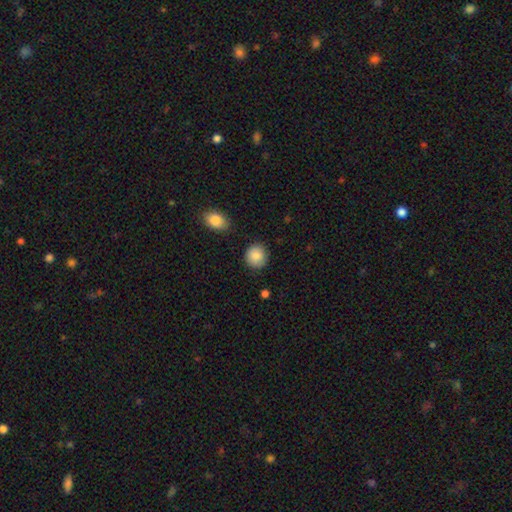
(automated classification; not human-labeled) Smooth or featured? Predicted: smooth (p=0.87). How rounded? Predicted: round (p=0.86). Merging? Predicted: none (p=0.86).